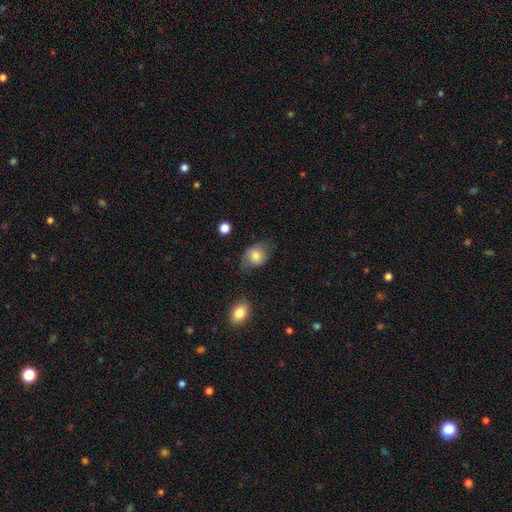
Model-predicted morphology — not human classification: Smooth or featured? Predicted: smooth (p=0.76). How rounded? Predicted: in between (p=0.57). Merging? Predicted: none (p=0.58).